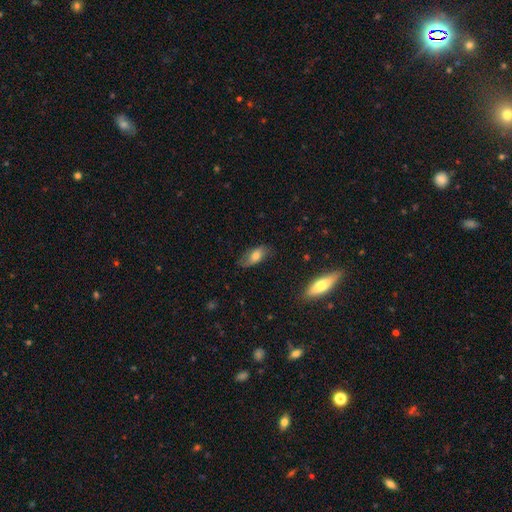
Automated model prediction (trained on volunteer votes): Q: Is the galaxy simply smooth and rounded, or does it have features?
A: smooth — 66%.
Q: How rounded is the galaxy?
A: in between — 83%.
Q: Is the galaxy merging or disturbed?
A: none — 71%.